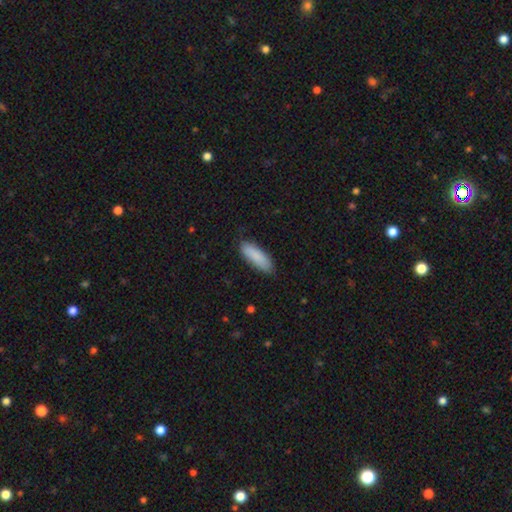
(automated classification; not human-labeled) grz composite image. It shows a smooth galaxy with no disk features (89%) that is in between round and cigar-shaped (56%). Merging: none (81%).